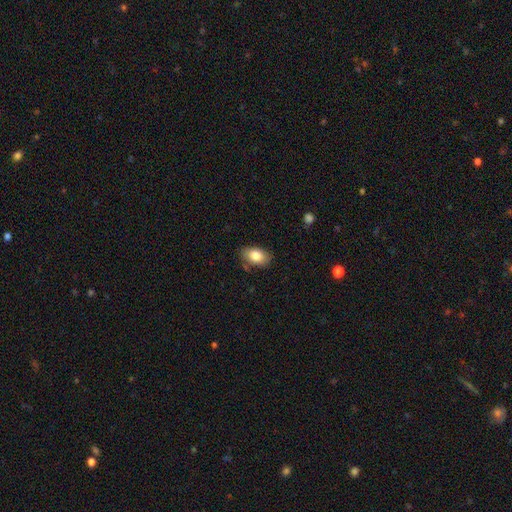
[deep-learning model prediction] Smooth or featured? smooth (84%)
How rounded? in between (89%)
Merging? none (78%)